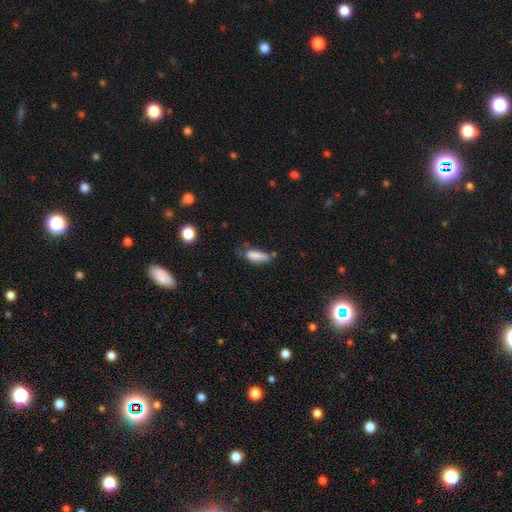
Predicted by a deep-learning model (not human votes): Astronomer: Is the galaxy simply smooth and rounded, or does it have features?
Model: smooth — 81%.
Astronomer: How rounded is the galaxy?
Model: in between — 66%.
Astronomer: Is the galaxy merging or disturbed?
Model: none — 40% (runner-up: minor disturbance, 37%).